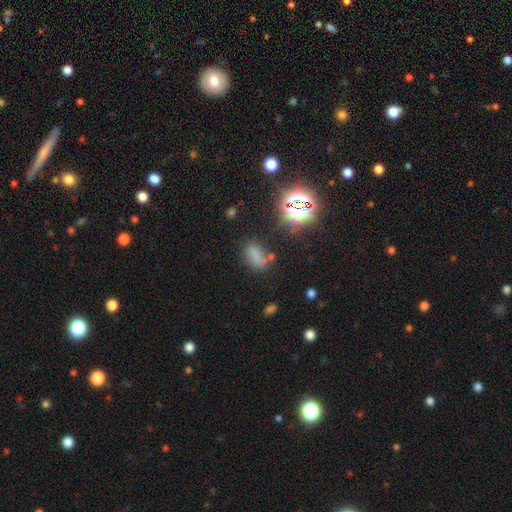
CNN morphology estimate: Q: Smooth or featured?
A: smooth (64%); runner-up: star or artifact (26%)
Q: How rounded?
A: in between (85%); runner-up: round (10%)
Q: Merging?
A: none (55%); runner-up: minor disturbance (21%)